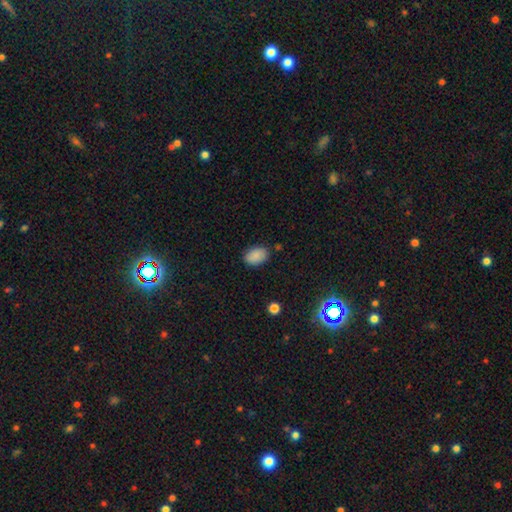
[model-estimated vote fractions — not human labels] smooth 88%, star or artifact 8%, featured or disk 4%. Down the decision tree: how rounded — in between (86%); merging — none (82%).